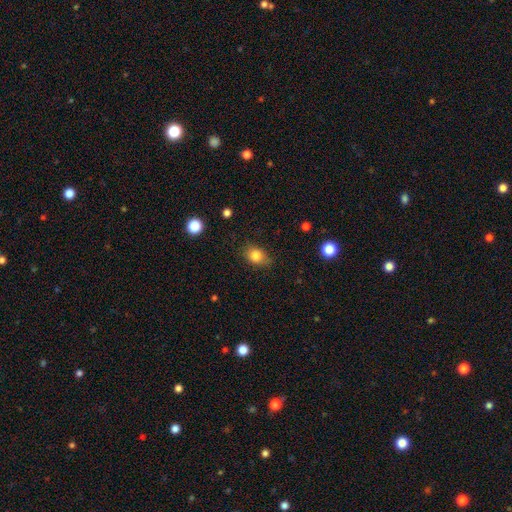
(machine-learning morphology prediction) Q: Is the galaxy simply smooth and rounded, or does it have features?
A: smooth — 82%.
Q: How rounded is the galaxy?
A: in between — 56%.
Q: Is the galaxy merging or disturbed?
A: none — 76%.